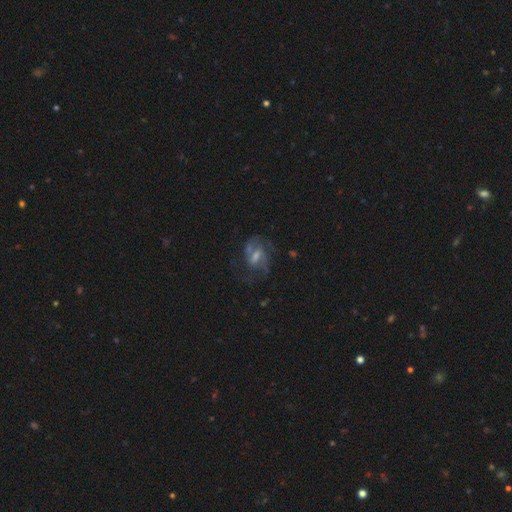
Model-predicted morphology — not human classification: A featured or disk galaxy (69%) with a weak bar (51%), 2 (58%) medium (48%) spiral arms (80%) and a moderate central bulge (42%). Merging: none (47%).